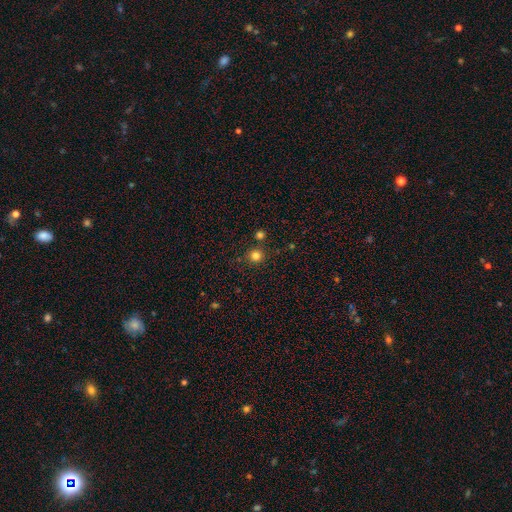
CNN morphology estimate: A smooth galaxy with no disk features (80%) that is round (94%). Merging: none (84%).